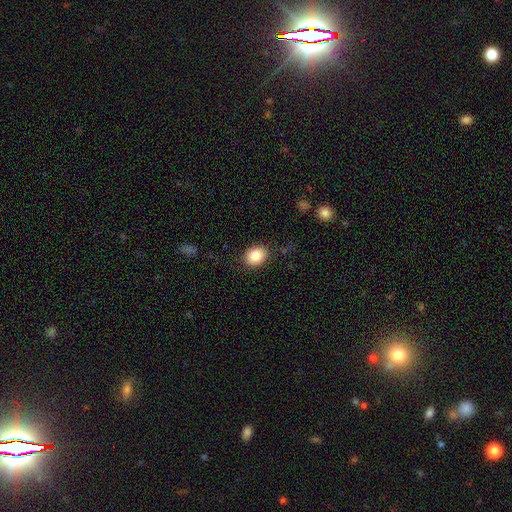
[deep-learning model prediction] A smooth galaxy with no disk features (87%) that is in between round and cigar-shaped (52%). Merging: none (85%).